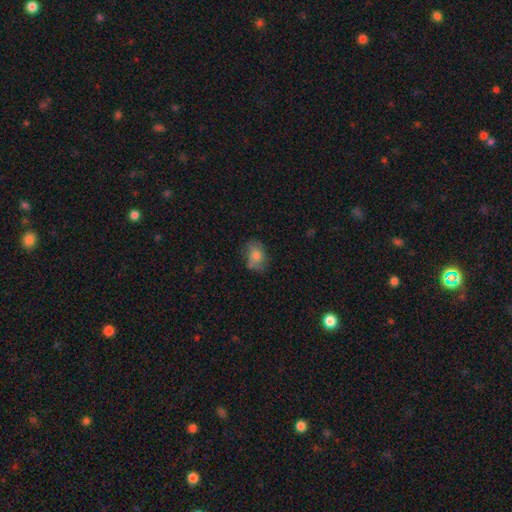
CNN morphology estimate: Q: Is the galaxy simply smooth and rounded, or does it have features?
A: smooth — 74%.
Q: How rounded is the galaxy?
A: in between — 70%.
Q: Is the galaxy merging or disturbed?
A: none — 60%.